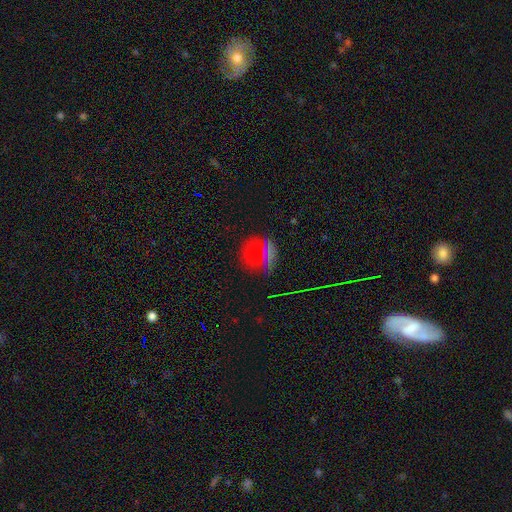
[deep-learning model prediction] This is possibly a smooth galaxy (59%). How rounded: clearly round (85%). Merging: clearly none (81%).